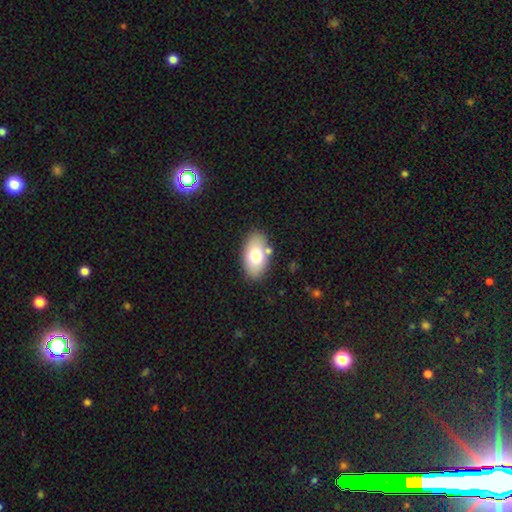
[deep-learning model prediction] Smooth or featured?
  - smooth: 73% *
  - featured or disk: 20%
  - star or artifact: 8%
How rounded?
  - in between: 92% *
  - round: 6%
  - cigar-shaped: 2%
Merging?
  - none: 80% *
  - minor disturbance: 11%
  - merger: 6%
  - major disturbance: 3%